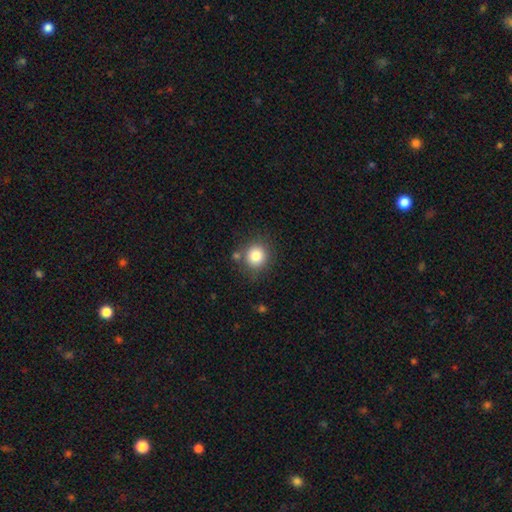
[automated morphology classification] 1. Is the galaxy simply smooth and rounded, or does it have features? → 81% smooth, 11% star or artifact, 7% featured or disk.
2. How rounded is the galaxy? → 88% round, 11% in between, 1% cigar-shaped.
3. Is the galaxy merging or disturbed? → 80% none, 10% minor disturbance, 6% merger, 3% major disturbance.